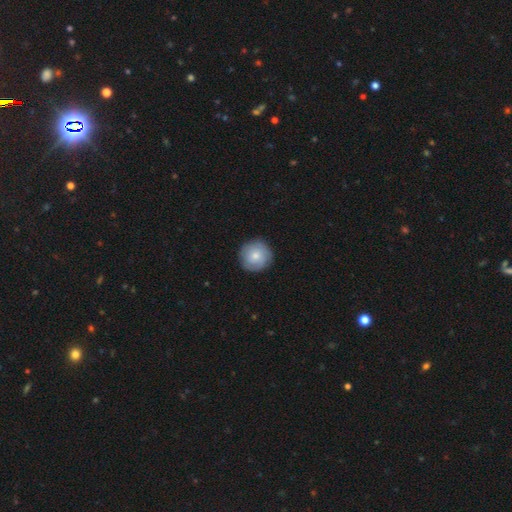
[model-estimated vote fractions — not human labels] A smooth galaxy with no disk features (68%) that is round (94%).

Vote fractions:
- Smooth or featured? smooth: 68% / featured or disk: 26% / star or artifact: 7%
- How rounded? round: 94% / in between: 5% / cigar-shaped: 1%
- Merging? none: 86% / minor disturbance: 11% / major disturbance: 3% / merger: 1%